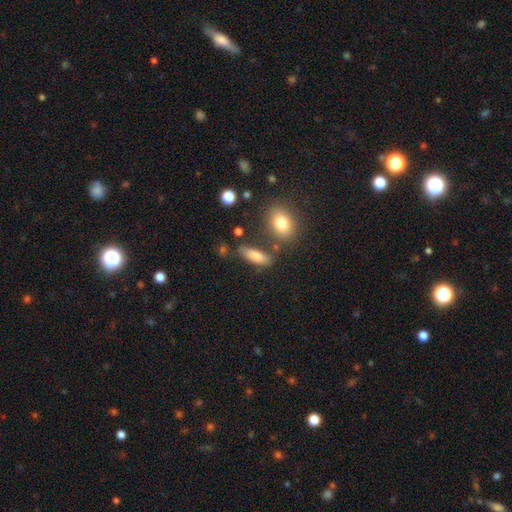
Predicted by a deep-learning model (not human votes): A smooth galaxy with no disk features (74%) that is in between round and cigar-shaped (52%). Merging: none (71%).